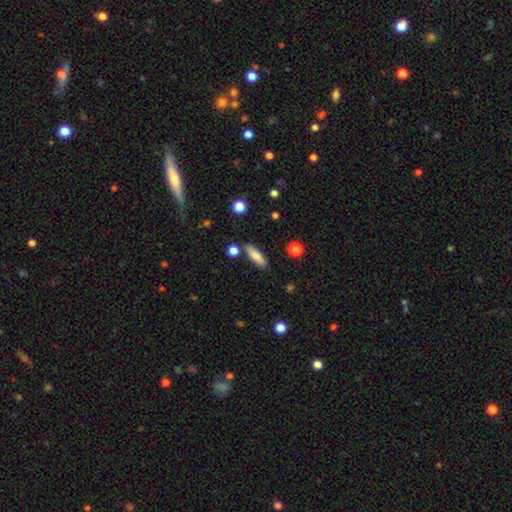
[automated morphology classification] Smooth or featured: smooth — 81% (featured or disk — 12%)
How rounded: in between — 49% (cigar-shaped — 48%)
Merging: none — 83% (minor disturbance — 10%)